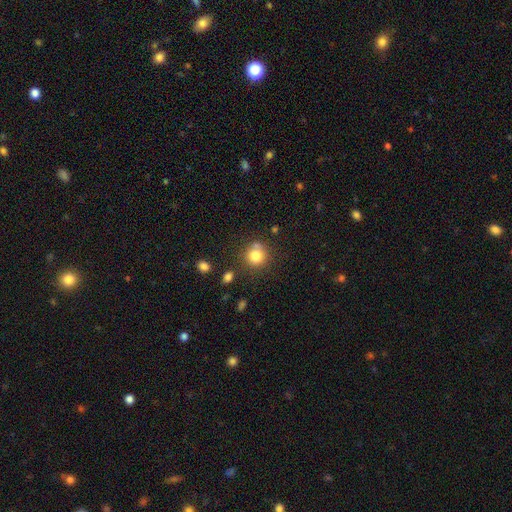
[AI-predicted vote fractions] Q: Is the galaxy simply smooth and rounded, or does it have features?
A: smooth — 80%.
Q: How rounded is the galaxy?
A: round — 90%.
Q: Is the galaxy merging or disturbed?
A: none — 70%.